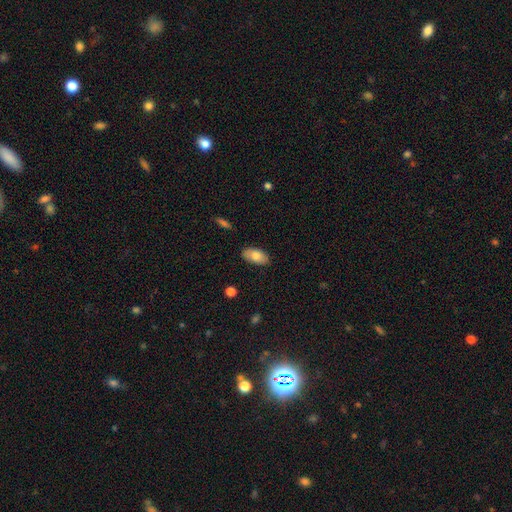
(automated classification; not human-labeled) smooth 80%, featured or disk 14%, star or artifact 7%. Down the decision tree: how rounded — in between (94%); merging — none (84%).